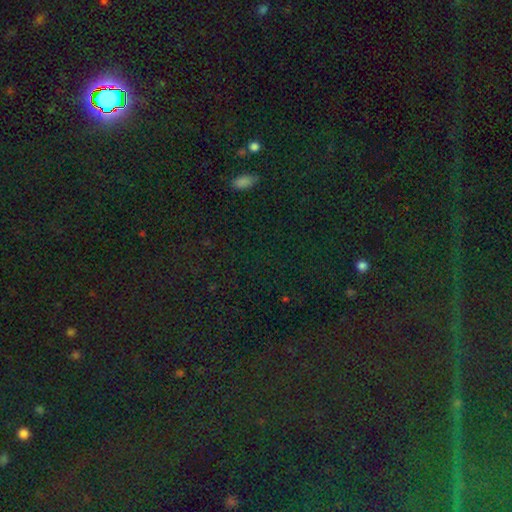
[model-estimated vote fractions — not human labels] Overall: star or artifact (84%).